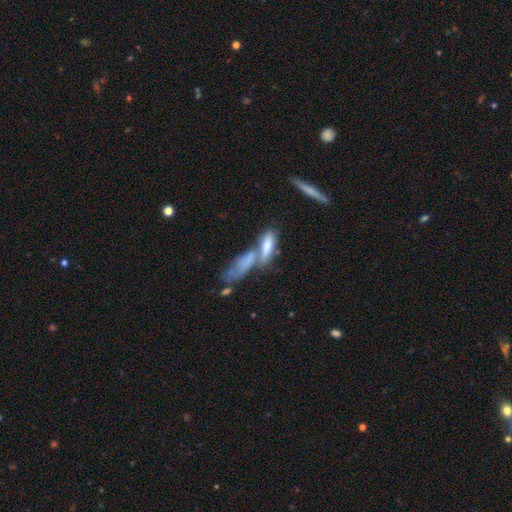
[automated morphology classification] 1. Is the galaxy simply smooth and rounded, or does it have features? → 47% featured or disk, 38% smooth, 16% star or artifact.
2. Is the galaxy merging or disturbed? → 52% merger, 30% none, 10% minor disturbance, 8% major disturbance.